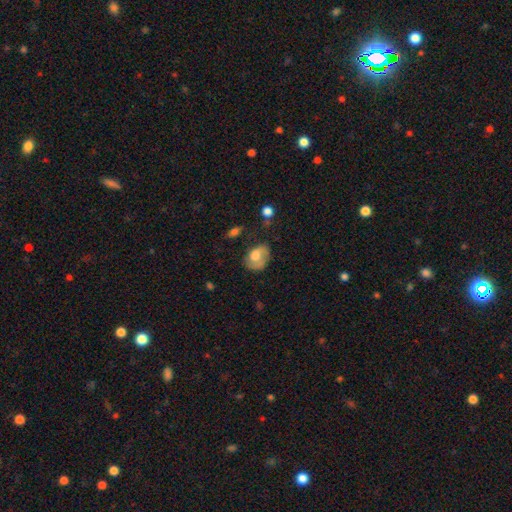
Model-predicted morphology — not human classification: A smooth galaxy with no disk features (63%) that is in between round and cigar-shaped (68%).

Vote fractions:
- Smooth or featured? smooth: 63% / featured or disk: 29% / star or artifact: 8%
- How rounded? in between: 68% / round: 31% / cigar-shaped: 1%
- Merging? none: 41% / minor disturbance: 34% / major disturbance: 22% / merger: 4%